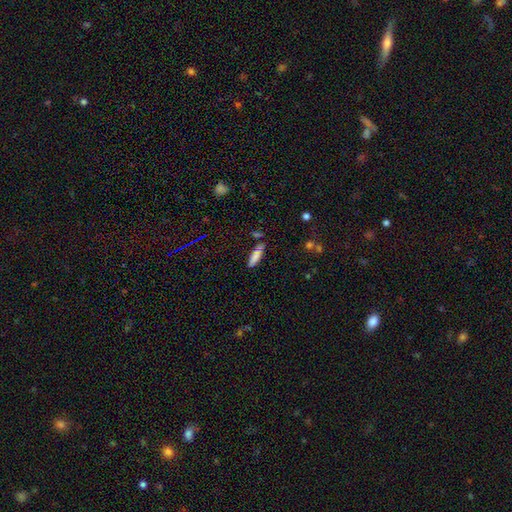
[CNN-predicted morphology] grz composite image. It shows a smooth galaxy with no disk features (78%) that is cigar-shaped (65%). Merging: none (73%).